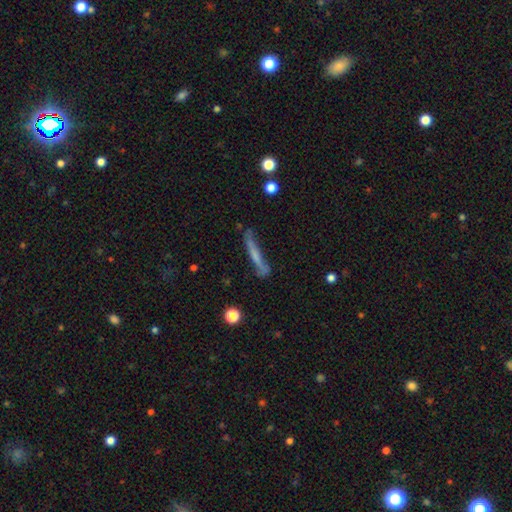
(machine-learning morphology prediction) Q: Smooth or featured?
A: smooth (47%); runner-up: featured or disk (44%)
Q: Merging?
A: none (64%); runner-up: minor disturbance (22%)